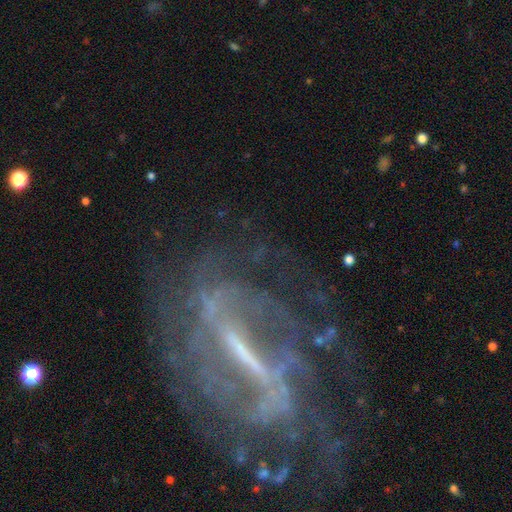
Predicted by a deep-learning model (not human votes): Q: Smooth or featured?
A: featured or disk (84%); runner-up: star or artifact (9%)
Q: Edge-on disk?
A: no (90%); runner-up: yes (10%)
Q: Bar?
A: strong (72%); runner-up: weak (21%)
Q: Spiral arms?
A: yes (78%); runner-up: no (22%)
Q: Spiral winding?
A: tight (43%); runner-up: medium (36%)
Q: Spiral arm count?
A: can't tell (45%); runner-up: 2 (28%)
Q: Bulge size?
A: small (44%); runner-up: none (29%)
Q: Merging?
A: none (58%); runner-up: major disturbance (21%)